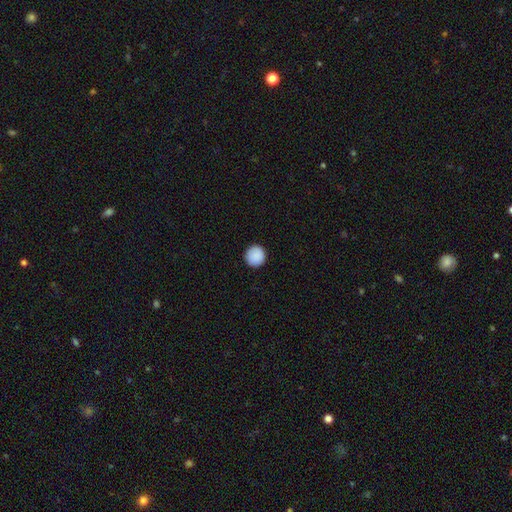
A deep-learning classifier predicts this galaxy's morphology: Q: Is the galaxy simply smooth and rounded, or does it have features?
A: smooth — 90%.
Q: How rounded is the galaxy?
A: round — 95%.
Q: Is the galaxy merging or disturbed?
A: none — 92%.